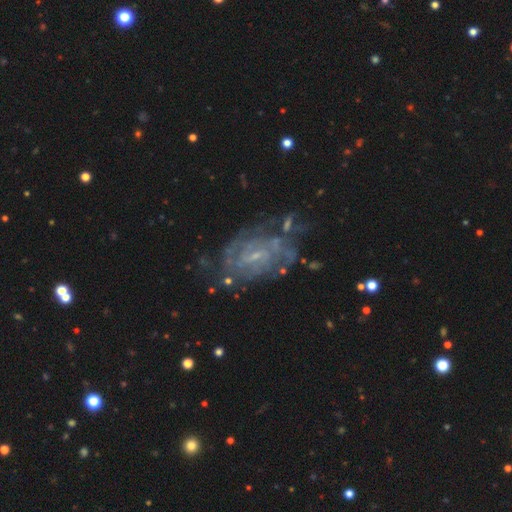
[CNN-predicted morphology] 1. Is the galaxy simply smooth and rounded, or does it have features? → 81% featured or disk, 11% smooth, 9% star or artifact.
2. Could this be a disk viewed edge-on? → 96% no, 4% yes.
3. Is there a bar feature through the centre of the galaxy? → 52% weak, 34% no, 14% strong.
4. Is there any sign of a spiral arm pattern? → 84% yes, 16% no.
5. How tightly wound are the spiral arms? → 58% tight, 31% medium, 10% loose.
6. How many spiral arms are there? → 50% can't tell, 20% 2, 11% 3, 9% 4, 5% more than 4, 5% 1.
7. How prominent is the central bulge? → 73% small, 15% moderate, 10% none, 1% large, 1% dominant.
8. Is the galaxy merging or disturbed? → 55% none, 22% minor disturbance, 16% major disturbance, 7% merger.